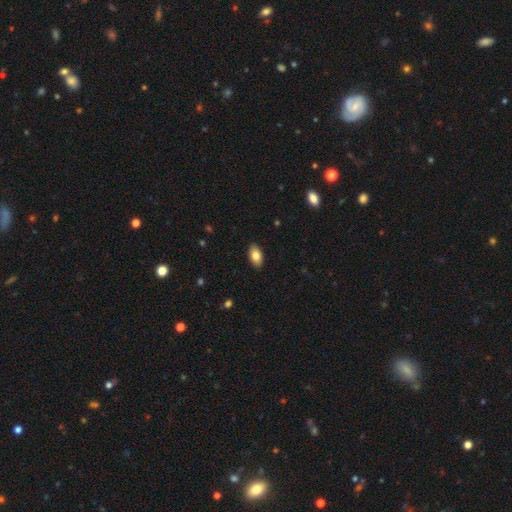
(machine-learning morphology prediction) smooth 82%, featured or disk 11%, star or artifact 7%. Down the decision tree: how rounded — in between (93%); merging — none (89%).